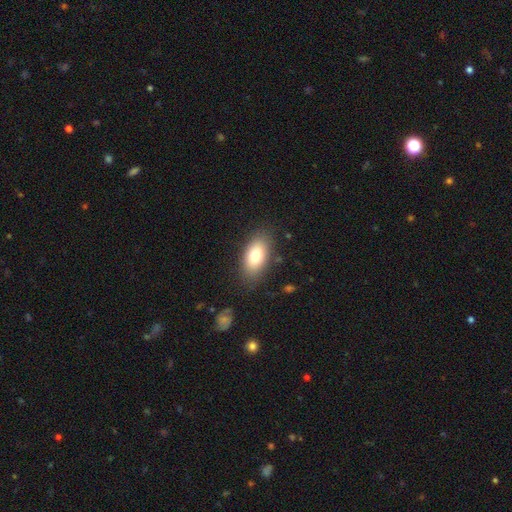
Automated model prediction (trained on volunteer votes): smooth-or-featured: smooth: 79% | featured or disk: 13% | star or artifact: 7%
  how-rounded: in between: 91% | round: 5% | cigar-shaped: 4%
  merging: none: 84% | minor disturbance: 11% | major disturbance: 3% | merger: 2%